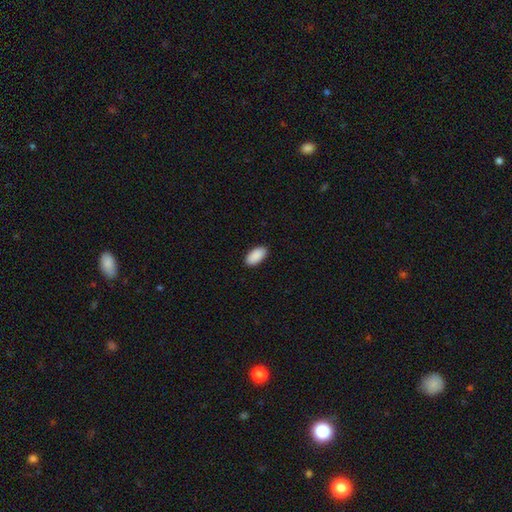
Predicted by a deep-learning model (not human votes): This appears to be a smooth galaxy with no disk features (91%) that is in between round and cigar-shaped (95%). Merging: none (90%).